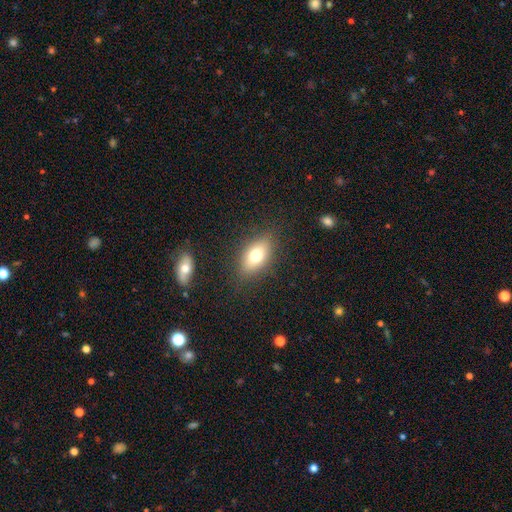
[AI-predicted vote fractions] This is likely a smooth galaxy (70%). How rounded: clearly in between (82%). Merging: clearly none (84%).